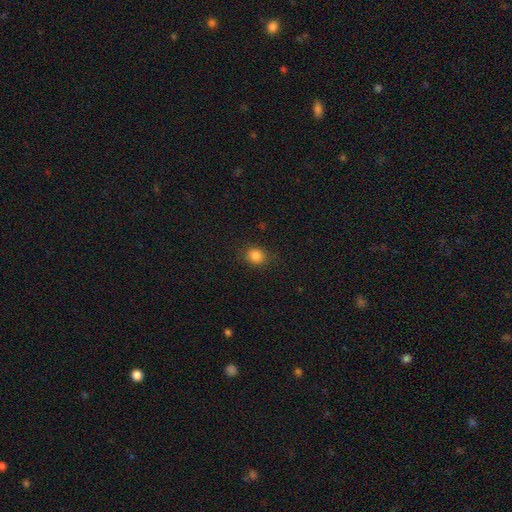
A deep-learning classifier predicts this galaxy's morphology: A smooth galaxy with no disk features (84%) that is round (72%). Merging: none (85%).